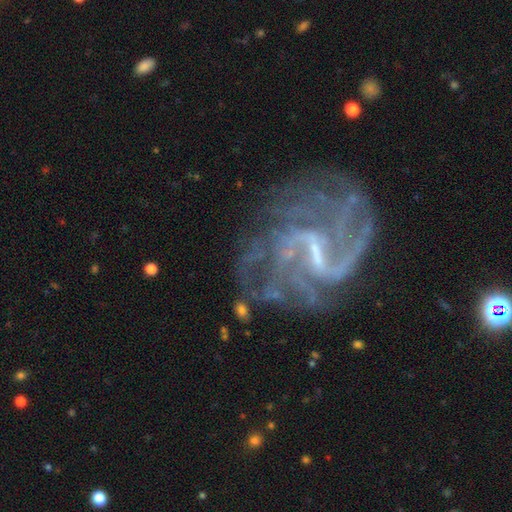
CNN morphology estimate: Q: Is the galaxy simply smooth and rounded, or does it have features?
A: featured or disk — 87%.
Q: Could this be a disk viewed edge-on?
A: no — 98%.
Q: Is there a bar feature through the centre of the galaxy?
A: weak — 50%.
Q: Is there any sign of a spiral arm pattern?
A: yes — 94%.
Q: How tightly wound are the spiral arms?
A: medium — 45%.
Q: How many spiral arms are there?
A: can't tell — 27%.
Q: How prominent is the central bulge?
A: small — 53%.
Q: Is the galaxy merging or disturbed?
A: none — 60%.